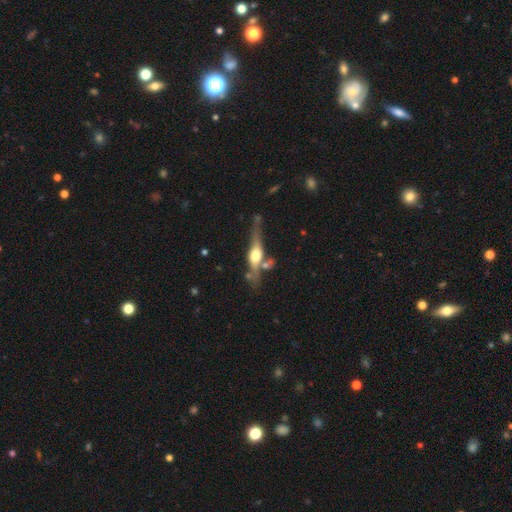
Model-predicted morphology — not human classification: Overall: featured or disk (69%). Edge-on disk: yes (92%). Edge-on bulge: rounded (90%). Merging: none (57%; minor disturbance 19%).